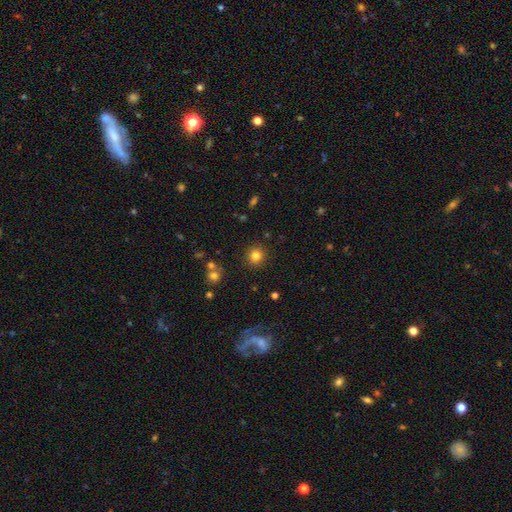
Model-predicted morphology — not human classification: Smooth or featured? smooth (81%)
How rounded? round (90%)
Merging? none (89%)